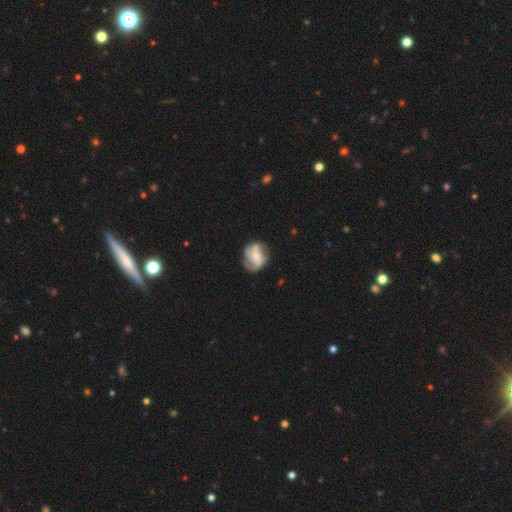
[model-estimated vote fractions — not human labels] A featured or disk galaxy (65%) with no bar (50%), 2 (40%) medium (40%) spiral arms (80%) and a small central bulge (55%).

Vote fractions:
- Smooth or featured? featured or disk: 65% / smooth: 28% / star or artifact: 7%
- Edge-on disk? no: 97% / yes: 3%
- Bar? no: 50% / weak: 33% / strong: 17%
- Spiral arms? yes: 80% / no: 20%
- Spiral winding? medium: 40% / loose: 37% / tight: 24%
- Spiral arm count? 2: 40% / 3: 26% / can't tell: 21% / 4: 6% / 1: 4% / more than 4: 3%
- Bulge size? small: 55% / moderate: 39% / none: 3% / large: 2% / dominant: 1%
- Merging? none: 61% / minor disturbance: 24% / major disturbance: 12% / merger: 3%